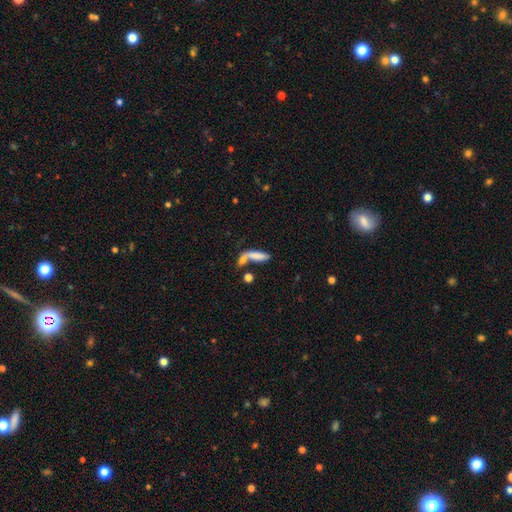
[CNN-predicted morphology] smooth 75%, featured or disk 16%, star or artifact 9%. Down the decision tree: how rounded — cigar-shaped (56%); merging — merger (43%).